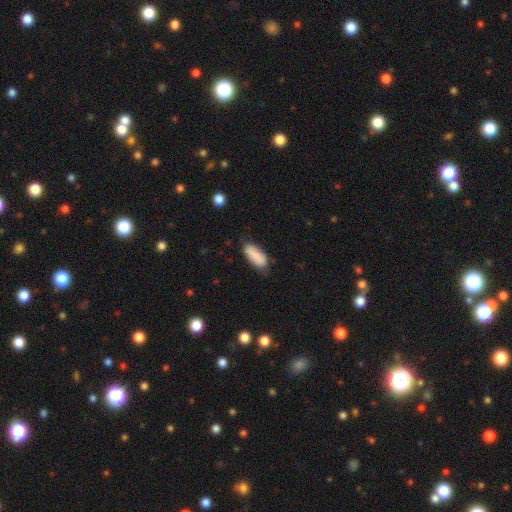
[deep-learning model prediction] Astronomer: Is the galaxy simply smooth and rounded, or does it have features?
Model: smooth — 87%.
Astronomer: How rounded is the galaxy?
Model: in between — 81%.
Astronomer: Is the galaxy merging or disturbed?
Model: none — 70%.